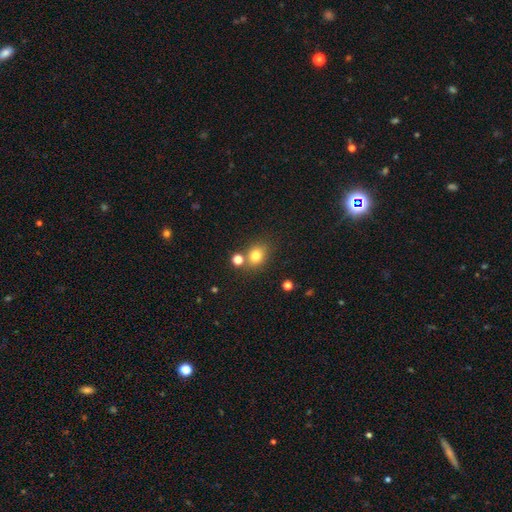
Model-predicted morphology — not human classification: smooth-or-featured: smooth: 78% | star or artifact: 14% | featured or disk: 8%
  how-rounded: round: 66% | in between: 33% | cigar-shaped: 1%
  merging: none: 69% | merger: 16% | minor disturbance: 11% | major disturbance: 4%